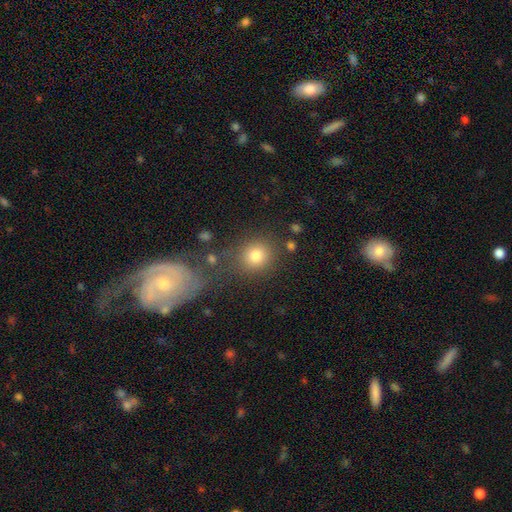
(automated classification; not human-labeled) A smooth galaxy with no disk features (78%) that is round (83%). Merging: none (72%).